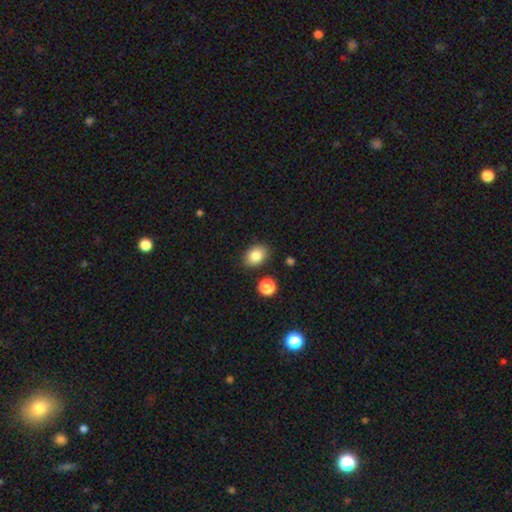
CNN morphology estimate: The model was most divided on "how rounded": in between: 71%, round: 28%, cigar-shaped: 1%. More confident: merging — none (84%); smooth or featured — smooth (84%).